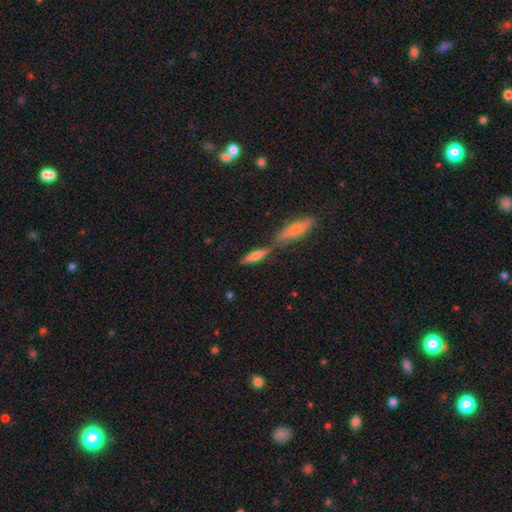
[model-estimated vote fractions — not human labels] Q: Smooth or featured?
A: smooth (59%); runner-up: featured or disk (32%)
Q: How rounded?
A: cigar-shaped (68%); runner-up: in between (29%)
Q: Merging?
A: none (48%); runner-up: merger (37%)